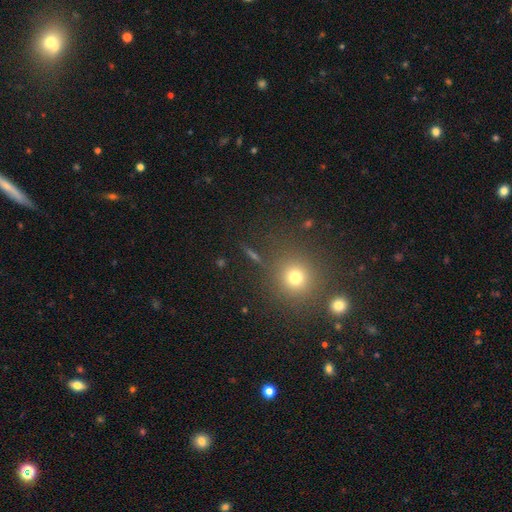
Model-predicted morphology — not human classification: Q: Smooth or featured?
A: smooth (50%); runner-up: star or artifact (40%)
Q: How rounded?
A: round (88%); runner-up: in between (10%)
Q: Merging?
A: none (83%); runner-up: minor disturbance (8%)